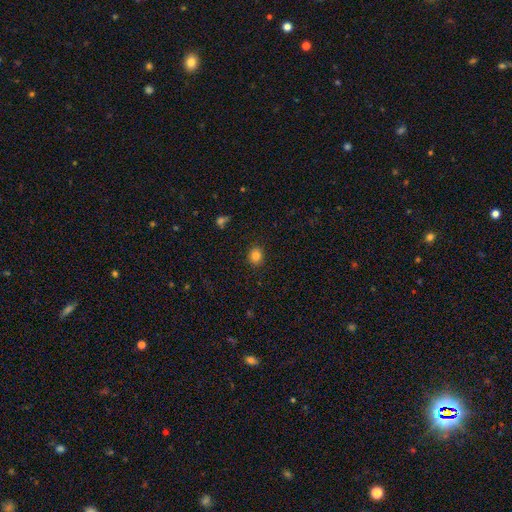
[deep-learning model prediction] A smooth galaxy with no disk features (83%) that is round (70%).

Vote fractions:
- Smooth or featured? smooth: 83% / star or artifact: 12% / featured or disk: 5%
- How rounded? round: 70% / in between: 29% / cigar-shaped: 1%
- Merging? none: 89% / minor disturbance: 7% / major disturbance: 2% / merger: 1%